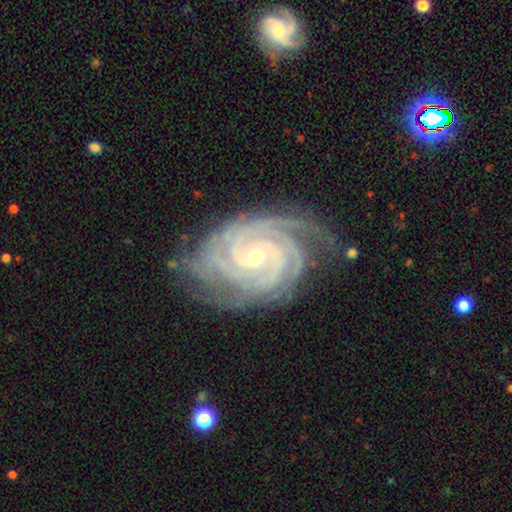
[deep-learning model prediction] A featured or disk galaxy (93%) with no bar (56%), 4 (34%) tight (82%) spiral arms (99%) and a small central bulge (69%).

Vote fractions:
- Smooth or featured? featured or disk: 93% / star or artifact: 4% / smooth: 3%
- Edge-on disk? no: 97% / yes: 3%
- Bar? no: 56% / weak: 30% / strong: 14%
- Spiral arms? yes: 99% / no: 1%
- Spiral winding? tight: 82% / medium: 17% / loose: 2%
- Spiral arm count? 4: 34% / 3: 24% / more than 4: 12% / 2: 12% / can't tell: 11% / 1: 7%
- Bulge size? small: 69% / moderate: 29% / large: 1% / none: 1% / dominant: 1%
- Merging? none: 74% / minor disturbance: 19% / major disturbance: 6% / merger: 1%